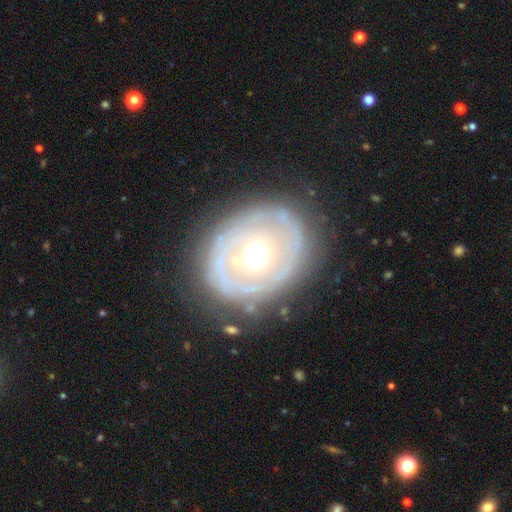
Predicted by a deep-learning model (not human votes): The model was most divided on "spiral arms": no: 61%, yes: 39%. More confident: edge-on disk — no (95%); bar — no (80%); merging — none (75%); smooth or featured — featured or disk (70%); bulge size — moderate (65%).